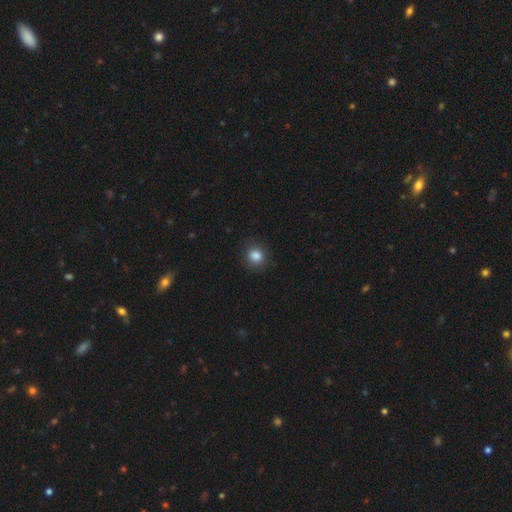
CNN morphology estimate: Overall: smooth (86%). How rounded: round (84%). Merging: none (88%).